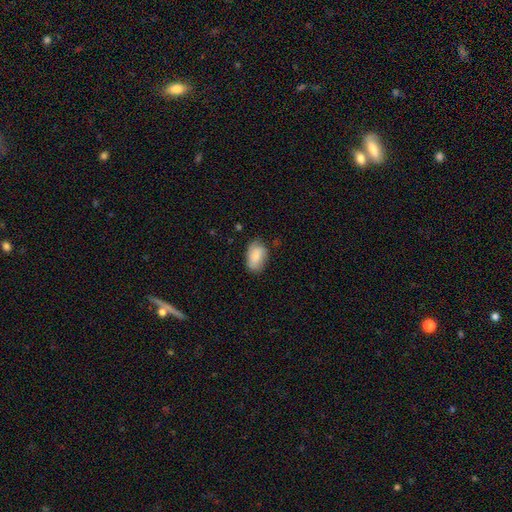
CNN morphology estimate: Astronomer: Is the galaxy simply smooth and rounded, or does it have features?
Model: smooth — 75%.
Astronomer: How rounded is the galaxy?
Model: in between — 88%.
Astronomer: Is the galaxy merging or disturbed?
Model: none — 69%.